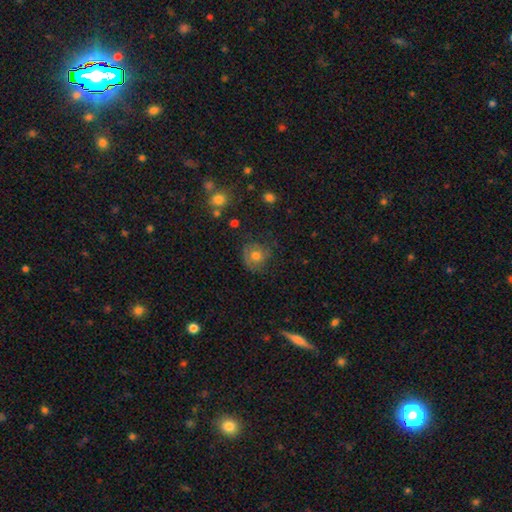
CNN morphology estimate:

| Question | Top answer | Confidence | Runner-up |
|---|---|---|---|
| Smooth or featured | smooth | 71% | featured or disk (18%) |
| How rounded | round | 83% | in between (16%) |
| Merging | none | 67% | minor disturbance (22%) |